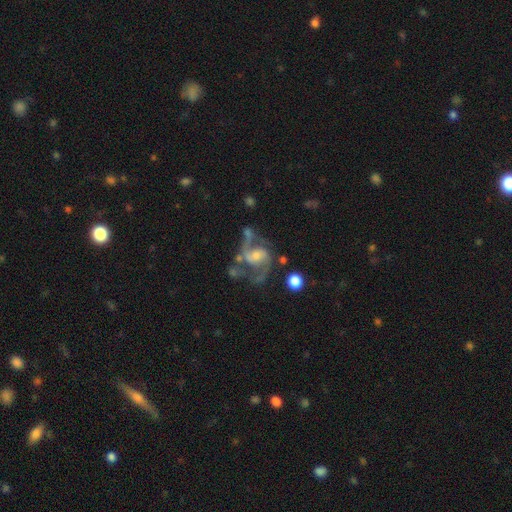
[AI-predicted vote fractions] Overall: featured or disk (88%). Edge-on disk: no (98%). Bar: no (44%, tied with weak). Spiral arms: yes (96%). Spiral arm count: 2 (87%). Spiral winding: medium (57%; loose 31%). Bulge size: small (44%; moderate 43%). Merging: none (50%; major disturbance 20%).